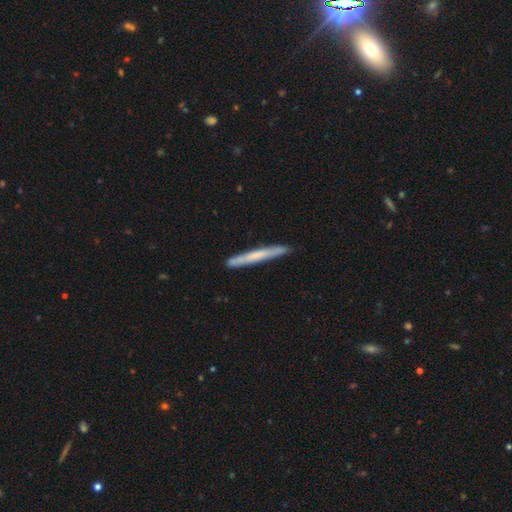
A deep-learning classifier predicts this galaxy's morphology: This appears to be a smooth galaxy with no disk features (55%) that is cigar-shaped (97%). Merging: none (88%).